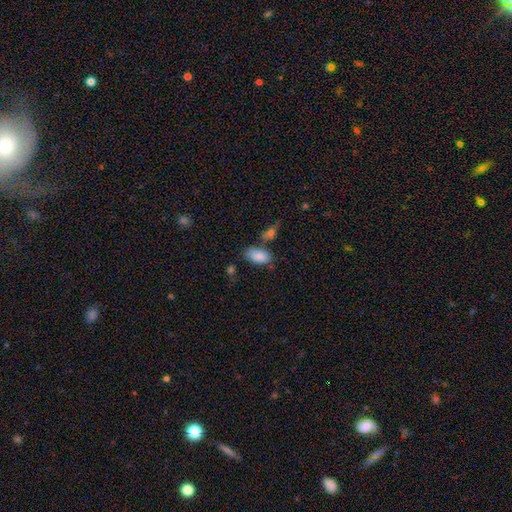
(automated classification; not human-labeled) A smooth galaxy with no disk features (85%) that is in between round and cigar-shaped (93%).

Vote fractions:
- Smooth or featured? smooth: 85% / star or artifact: 8% / featured or disk: 7%
- How rounded? in between: 93% / round: 4% / cigar-shaped: 3%
- Merging? none: 64% / minor disturbance: 18% / merger: 13% / major disturbance: 5%